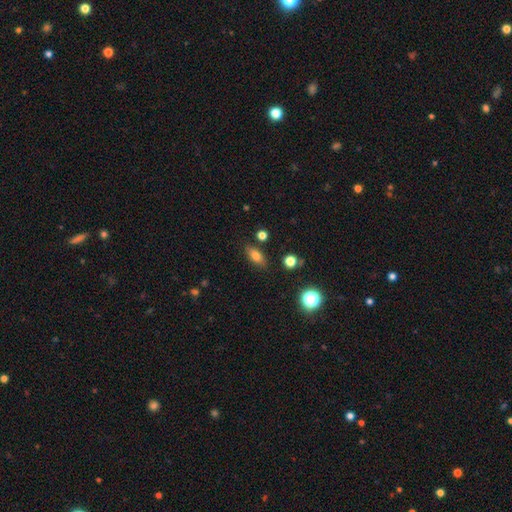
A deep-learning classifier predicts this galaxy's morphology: smooth_or_featured: smooth (p=0.75) [alt: featured or disk p=0.13]
how_rounded: in between (p=0.80) [alt: cigar-shaped p=0.12]
merging: none (p=0.82) [alt: minor disturbance p=0.12]